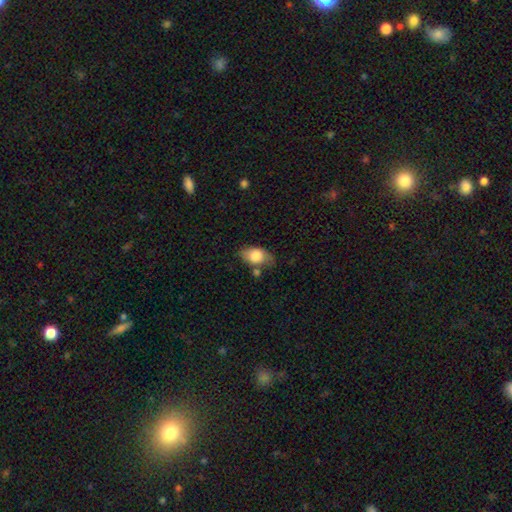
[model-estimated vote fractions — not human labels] smooth-or-featured: smooth: 78% | featured or disk: 15% | star or artifact: 7%
  how-rounded: in between: 87% | round: 10% | cigar-shaped: 2%
  merging: none: 61% | minor disturbance: 23% | merger: 10% | major disturbance: 6%